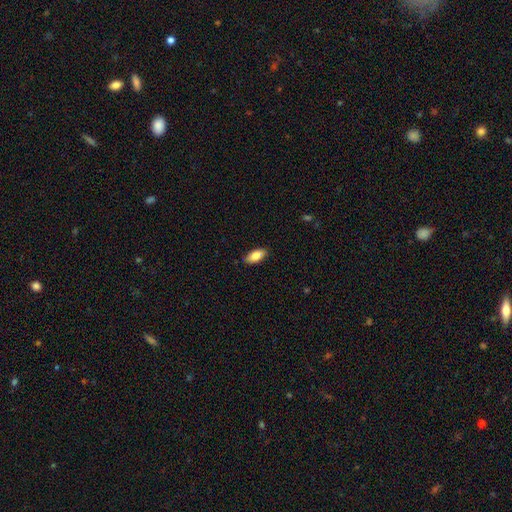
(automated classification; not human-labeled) This is clearly a smooth galaxy (85%). How rounded: clearly in between (90%). Merging: clearly none (88%).